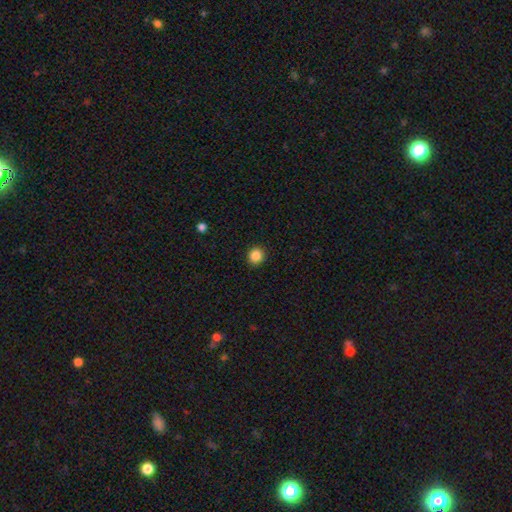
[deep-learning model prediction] smooth_or_featured: smooth (p=0.86) [alt: star or artifact p=0.10]
how_rounded: round (p=0.90) [alt: in between p=0.09]
merging: none (p=0.92) [alt: minor disturbance p=0.05]